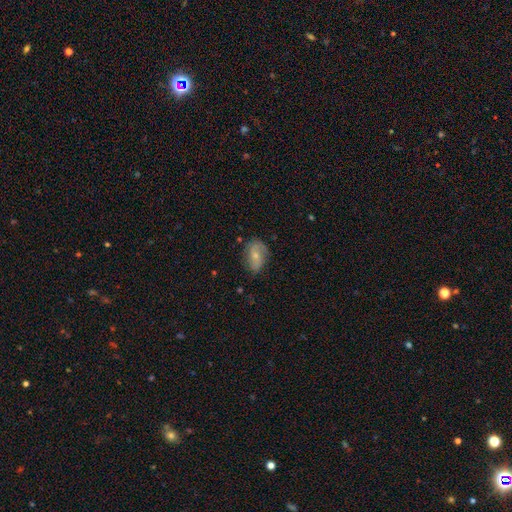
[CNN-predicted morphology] Smooth or featured? smooth (51%)
How rounded? in between (83%)
Merging? none (64%)